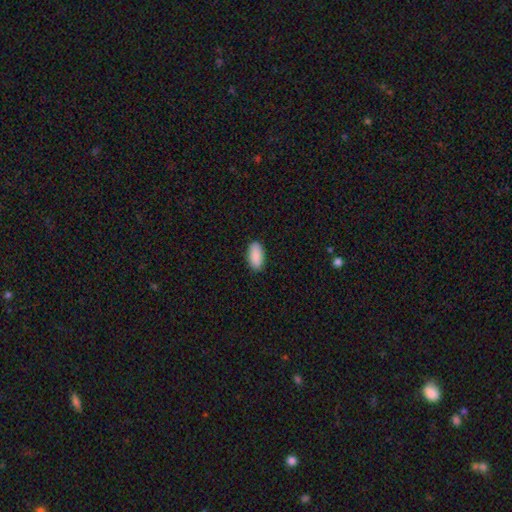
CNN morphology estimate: Q: Smooth or featured?
A: smooth (91%); runner-up: star or artifact (6%)
Q: How rounded?
A: in between (93%); runner-up: cigar-shaped (4%)
Q: Merging?
A: none (89%); runner-up: minor disturbance (8%)